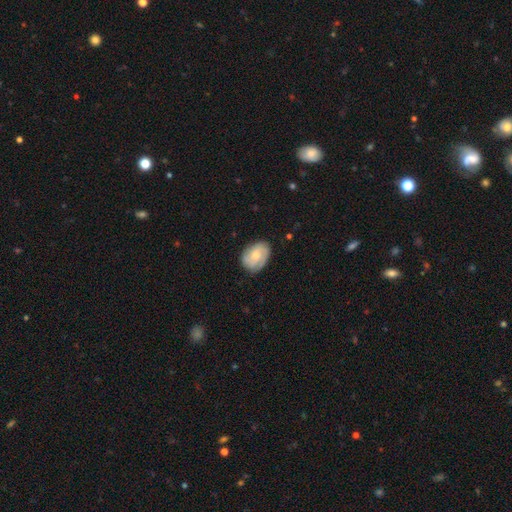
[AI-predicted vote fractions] smooth_or_featured: featured or disk (p=0.52) [alt: smooth p=0.42]
disk_edge_on: no (p=0.97) [alt: yes p=0.03]
bar: no (p=0.75) [alt: weak p=0.22]
has_spiral_arms: yes (p=0.87) [alt: no p=0.13]
bulge_size: moderate (p=0.49) [alt: small p=0.40]
merging: none (p=0.77) [alt: minor disturbance p=0.18]